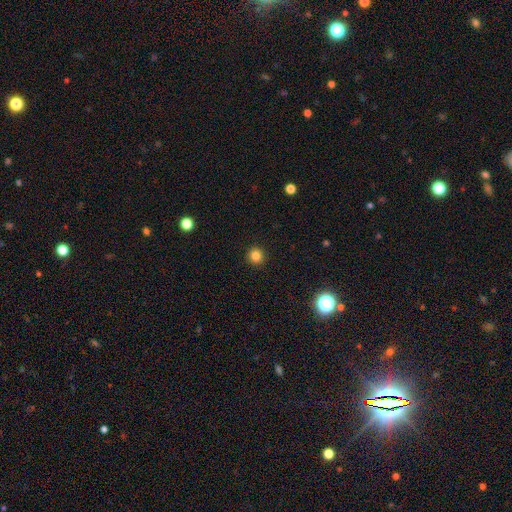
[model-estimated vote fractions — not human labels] smooth_or_featured: smooth (p=0.82) [alt: star or artifact p=0.13]
how_rounded: round (p=0.95) [alt: in between p=0.04]
merging: none (p=0.93) [alt: minor disturbance p=0.04]